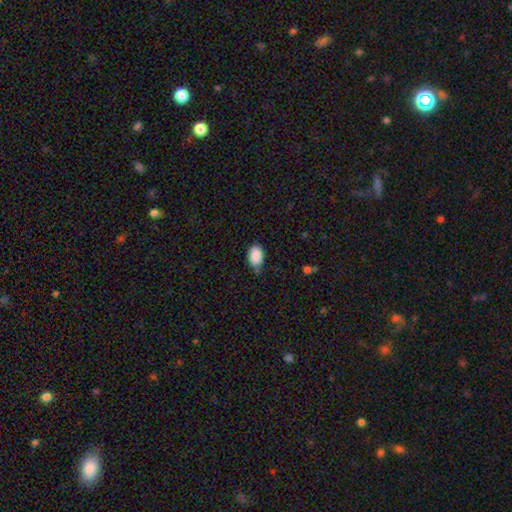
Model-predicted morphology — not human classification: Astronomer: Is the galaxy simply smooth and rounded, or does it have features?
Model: smooth — 89%.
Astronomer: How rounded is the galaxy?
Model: in between — 90%.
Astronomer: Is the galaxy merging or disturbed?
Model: none — 70%.